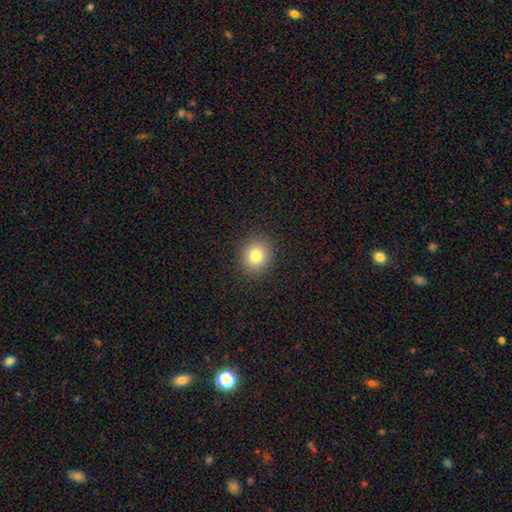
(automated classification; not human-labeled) Overall: smooth (80%). How rounded: round (80%). Merging: none (90%).